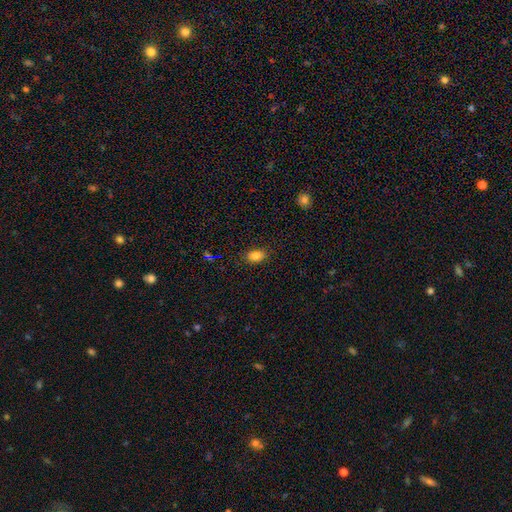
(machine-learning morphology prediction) This appears to be a smooth galaxy with no disk features (80%) that is in between round and cigar-shaped (83%). Merging: none (84%).